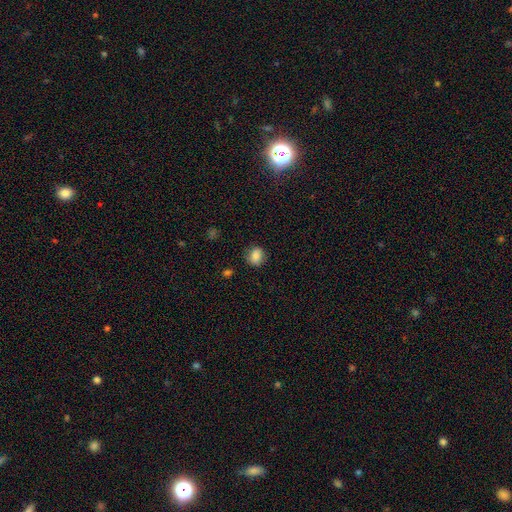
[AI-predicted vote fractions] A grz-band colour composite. It shows a smooth galaxy with no disk features (84%) that is round (60%). Merging: none (79%).